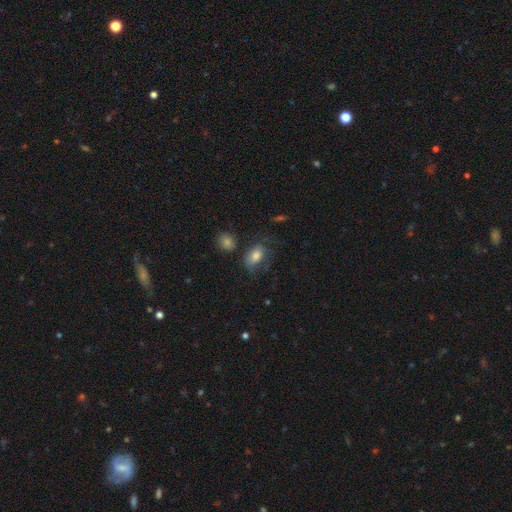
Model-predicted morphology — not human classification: smooth-or-featured: smooth: 68% | featured or disk: 22% | star or artifact: 10%
  how-rounded: in between: 83% | round: 15% | cigar-shaped: 2%
  merging: none: 48% | minor disturbance: 24% | major disturbance: 22% | merger: 6%